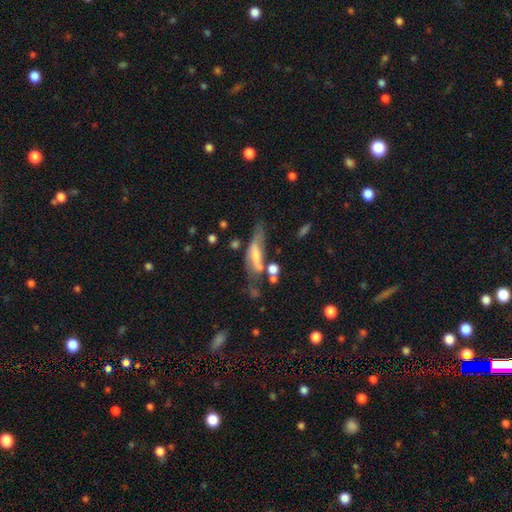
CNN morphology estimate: type=featured or disk (49%); merging=none (35%).